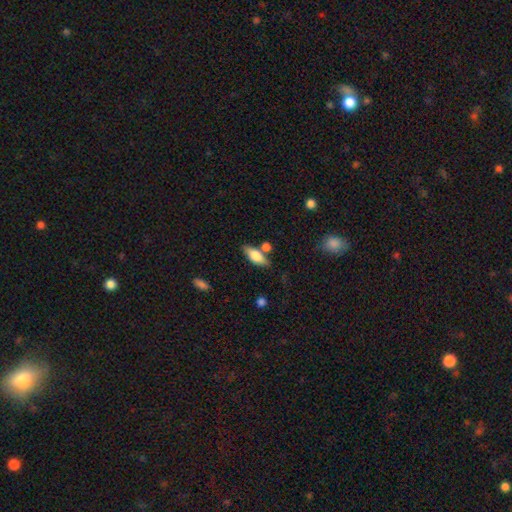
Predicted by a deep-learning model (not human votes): Smooth or featured?
  - smooth: 71% *
  - featured or disk: 22%
  - star or artifact: 7%
How rounded?
  - in between: 74% *
  - cigar-shaped: 23%
  - round: 3%
Merging?
  - none: 69% *
  - minor disturbance: 14%
  - merger: 13%
  - major disturbance: 4%